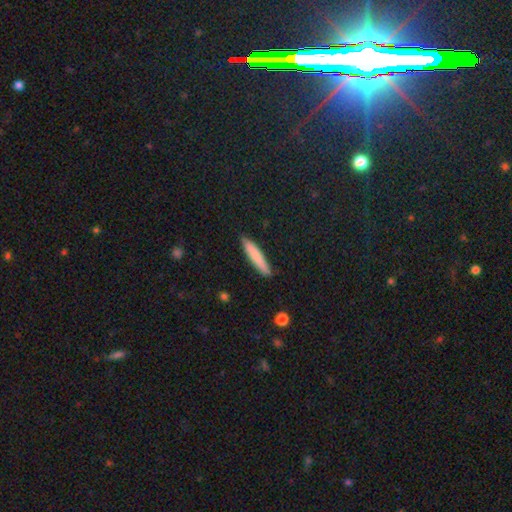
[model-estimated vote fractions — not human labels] Smooth or featured? Predicted: smooth (p=0.77). How rounded? Predicted: cigar-shaped (p=0.91). Merging? Predicted: none (p=0.89).